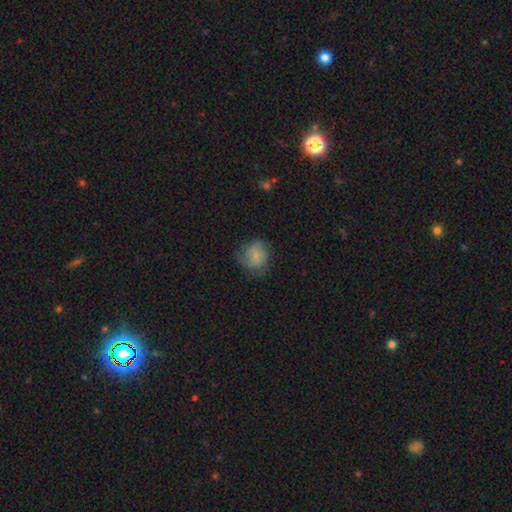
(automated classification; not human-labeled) smooth_or_featured: smooth (p=0.63) [alt: featured or disk p=0.28]
how_rounded: round (p=0.80) [alt: in between p=0.19]
merging: none (p=0.64) [alt: minor disturbance p=0.24]